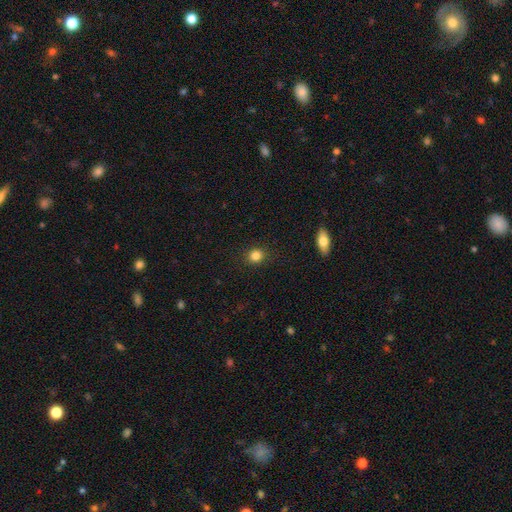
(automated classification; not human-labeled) This is clearly a smooth galaxy (83%). How rounded: likely round (80%). Merging: clearly none (90%).